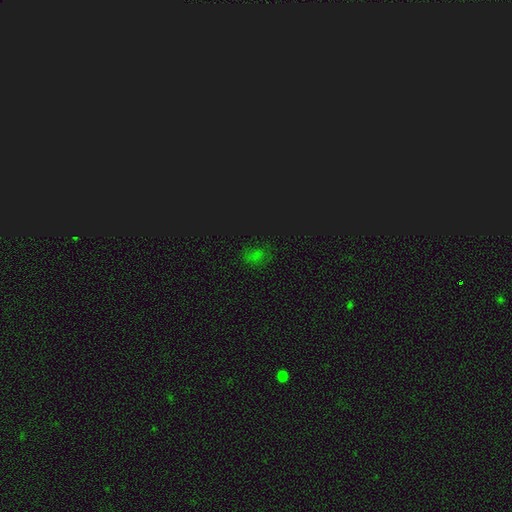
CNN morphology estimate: Smooth or featured: smooth — 46% (star or artifact — 45%)
Merging: none — 68% (minor disturbance — 20%)